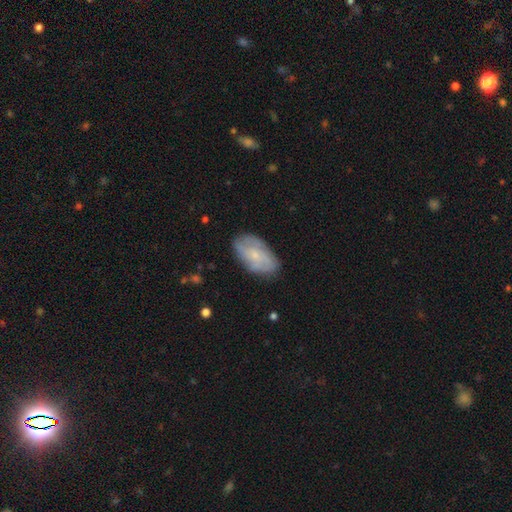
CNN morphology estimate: Smooth or featured? featured or disk (53%)
Edge-on disk? no (94%)
Merging? none (76%)